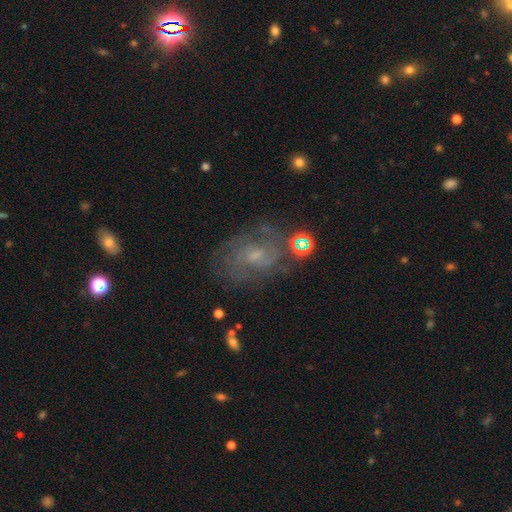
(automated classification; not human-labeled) Overall: featured or disk (73%). Edge-on disk: no (97%). Bar: no (60%; weak 35%). Spiral arms: yes (88%). Spiral arm count: can't tell (40%; 2 27%). Spiral winding: tight (49%; medium 39%). Bulge size: small (60%; moderate 31%). Merging: none (66%).